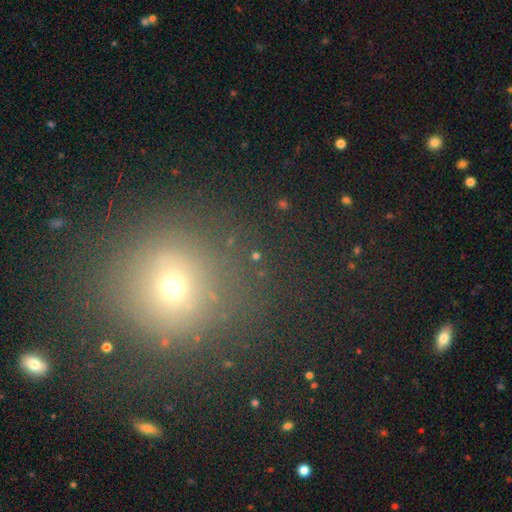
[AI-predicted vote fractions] This appears to be a smooth galaxy with no disk features (54%) that is round (91%). Merging: none (82%).